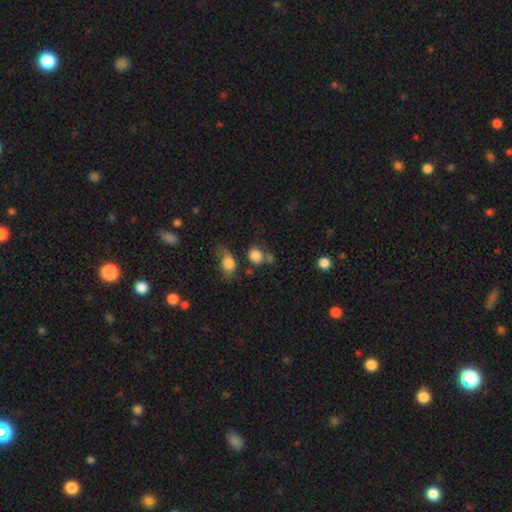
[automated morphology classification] smooth_or_featured: smooth (p=0.81) [alt: star or artifact p=0.12]
how_rounded: round (p=0.66) [alt: in between p=0.32]
merging: none (p=0.55) [alt: merger p=0.20]